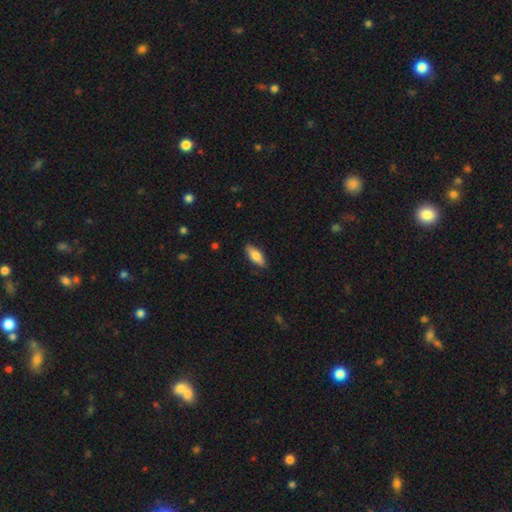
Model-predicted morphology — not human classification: Smooth or featured? smooth (78%)
How rounded? in between (75%)
Merging? none (86%)